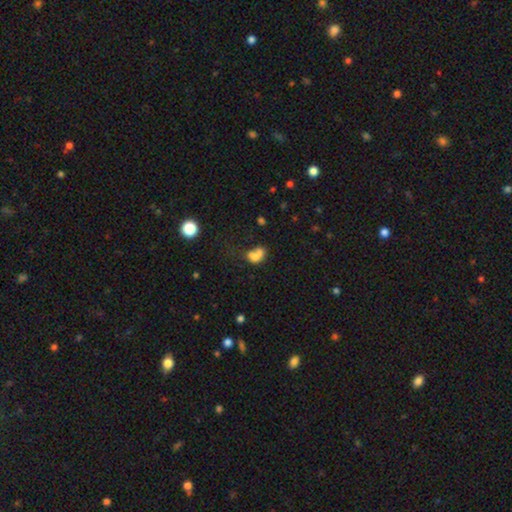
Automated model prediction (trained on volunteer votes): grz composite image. It shows a smooth galaxy with no disk features (65%) that is in between round and cigar-shaped (63%). Merging: merger (58%).